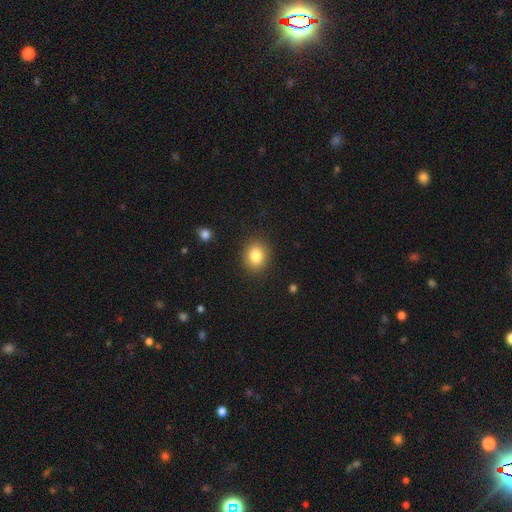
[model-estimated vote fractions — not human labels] Smooth or featured? smooth (83%)
How rounded? round (64%)
Merging? none (88%)